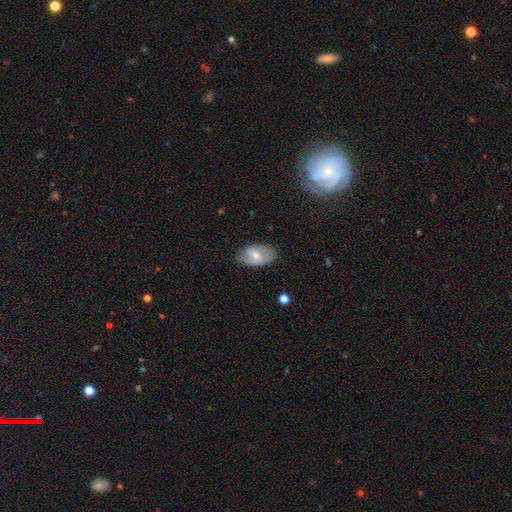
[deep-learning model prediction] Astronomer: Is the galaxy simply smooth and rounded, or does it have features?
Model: smooth — 49% (runner-up: featured or disk, 44%).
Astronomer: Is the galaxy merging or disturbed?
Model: none — 72%.